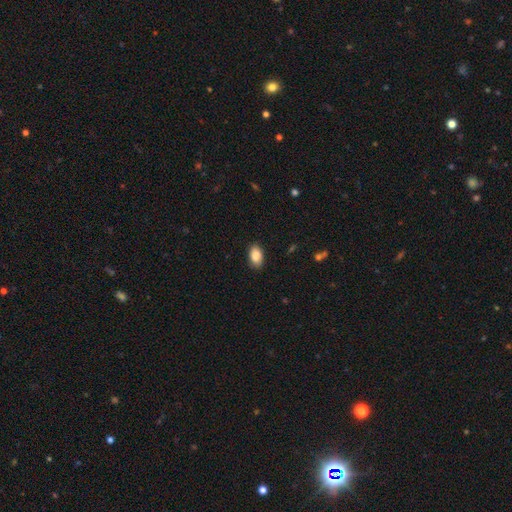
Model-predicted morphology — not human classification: Q: Smooth or featured?
A: smooth (89%); runner-up: star or artifact (7%)
Q: How rounded?
A: in between (92%); runner-up: round (7%)
Q: Merging?
A: none (86%); runner-up: minor disturbance (11%)